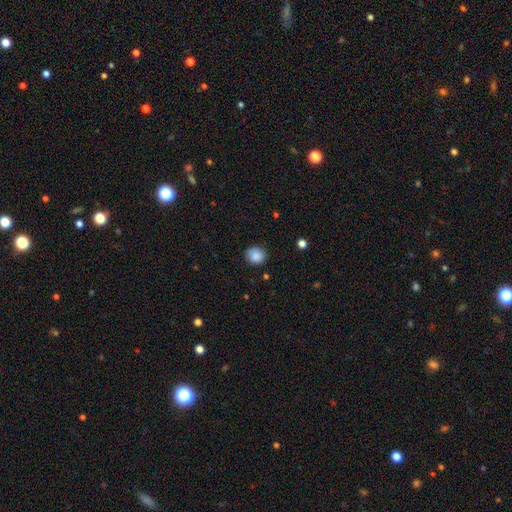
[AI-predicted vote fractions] smooth-or-featured: smooth: 87% | star or artifact: 9% | featured or disk: 4%
  how-rounded: round: 83% | in between: 16% | cigar-shaped: 1%
  merging: none: 86% | minor disturbance: 10% | major disturbance: 2% | merger: 1%